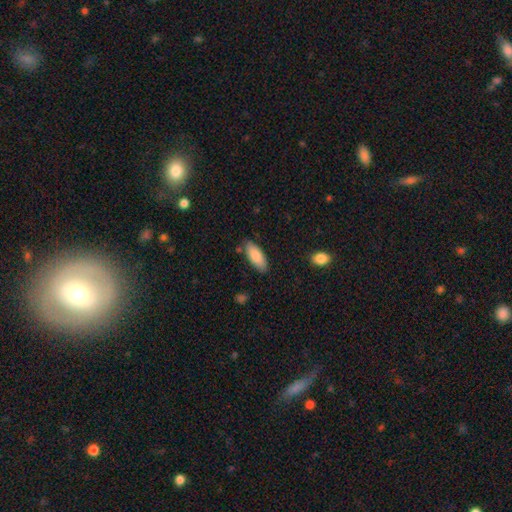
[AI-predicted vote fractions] This is clearly a smooth galaxy (86%). How rounded: likely in between (78%). Merging: clearly none (81%).